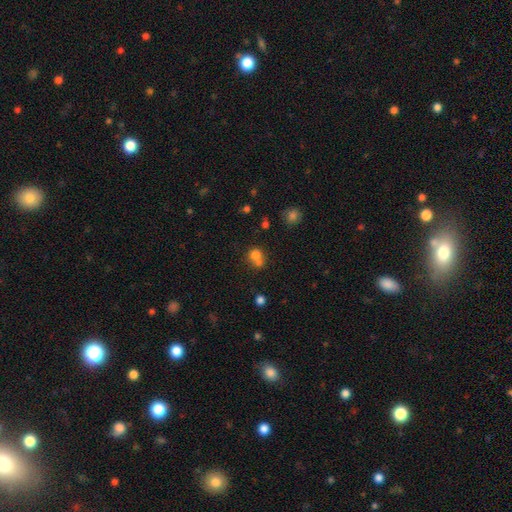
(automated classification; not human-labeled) This is likely a smooth galaxy (76%). How rounded: likely round (73%). Merging: possibly merger (47%).